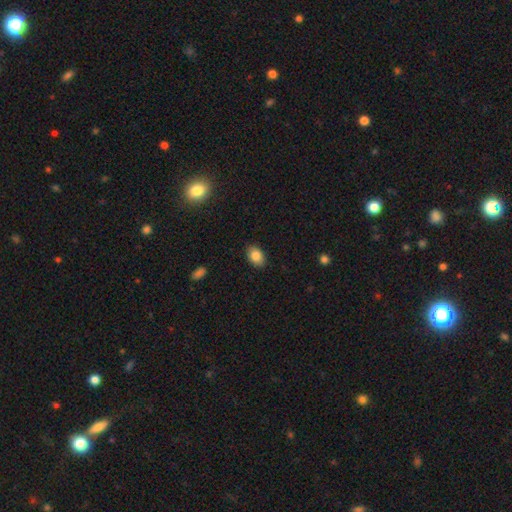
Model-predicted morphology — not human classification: Smooth or featured? smooth (85%)
How rounded? in between (84%)
Merging? none (88%)